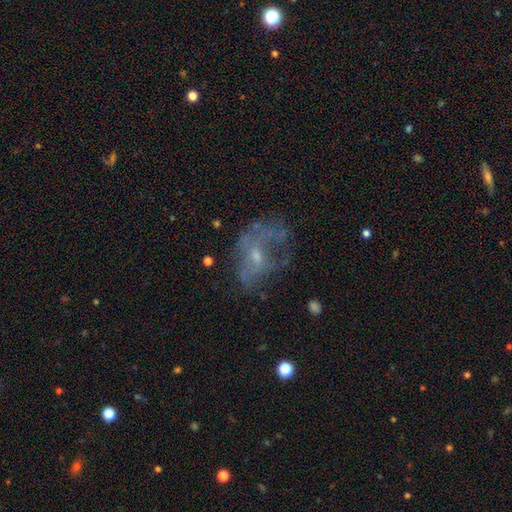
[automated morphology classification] featured or disk 58%, smooth 27%, star or artifact 15%. Down the decision tree: edge-on disk — no (96%); bar — no (78%); spiral arms — no (73%); bulge size — small (58%); merging — none (38%).